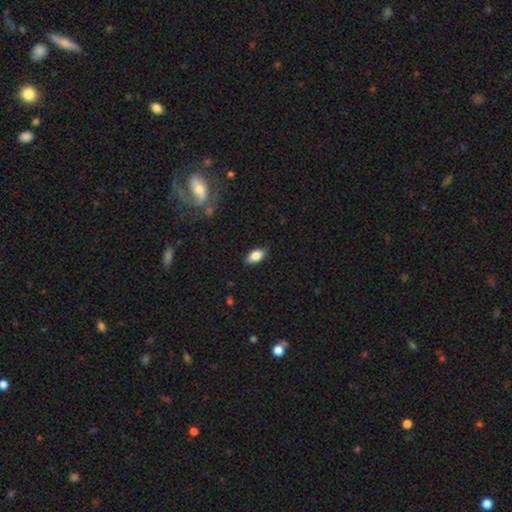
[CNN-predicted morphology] This is clearly a smooth galaxy (82%). How rounded: clearly in between (91%). Merging: clearly none (83%).